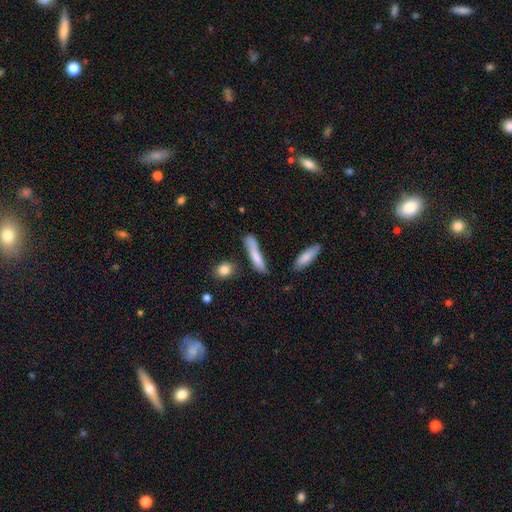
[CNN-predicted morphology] Overall: smooth (74%). How rounded: cigar-shaped (87%). Merging: none (68%).